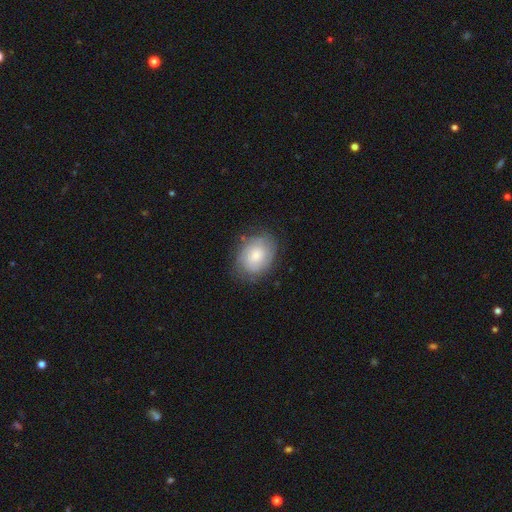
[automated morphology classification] A smooth galaxy with no disk features (57%) that is in between round and cigar-shaped (66%). Merging: none (71%).